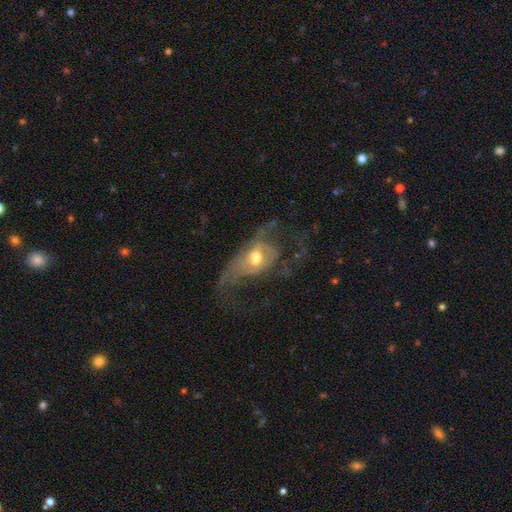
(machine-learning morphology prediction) Smooth or featured? featured or disk (72%)
Edge-on disk? no (91%)
Bar? no (56%)
Spiral arms? yes (69%)
Bulge size? moderate (68%)
Merging? major disturbance (48%)